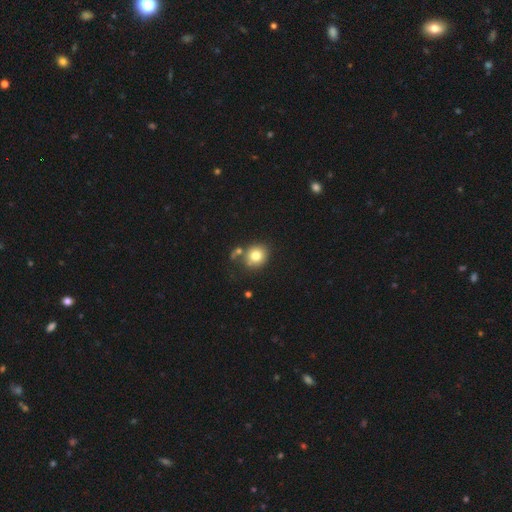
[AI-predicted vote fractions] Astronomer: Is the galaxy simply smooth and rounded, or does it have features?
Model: smooth — 78%.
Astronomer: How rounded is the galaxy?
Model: round — 76%.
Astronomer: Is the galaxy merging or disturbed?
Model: none — 63%.